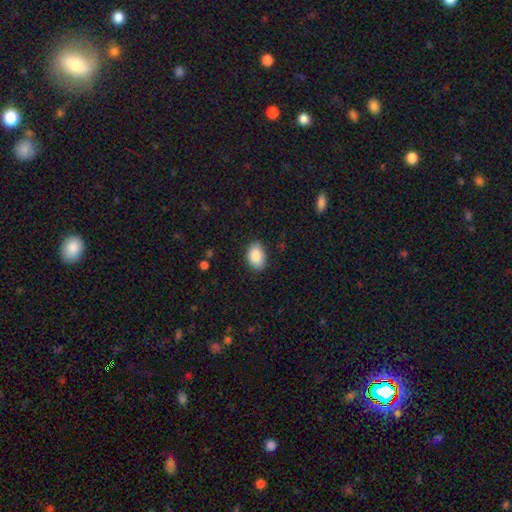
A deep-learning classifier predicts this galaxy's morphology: smooth 86%, star or artifact 7%, featured or disk 7%. Down the decision tree: how rounded — in between (87%); merging — none (85%).